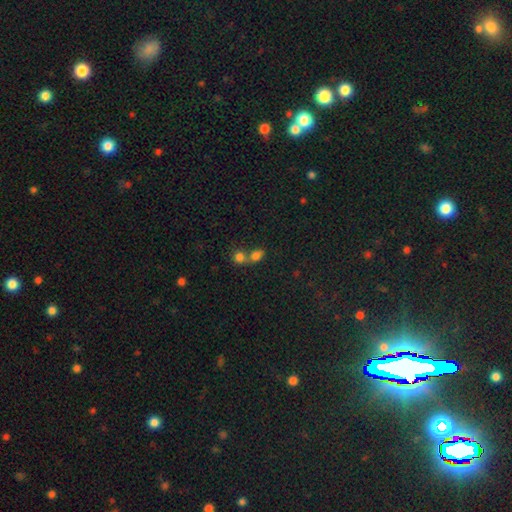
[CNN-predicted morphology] smooth 78%, star or artifact 13%, featured or disk 9%. Down the decision tree: how rounded — in between (57%); merging — merger (62%).